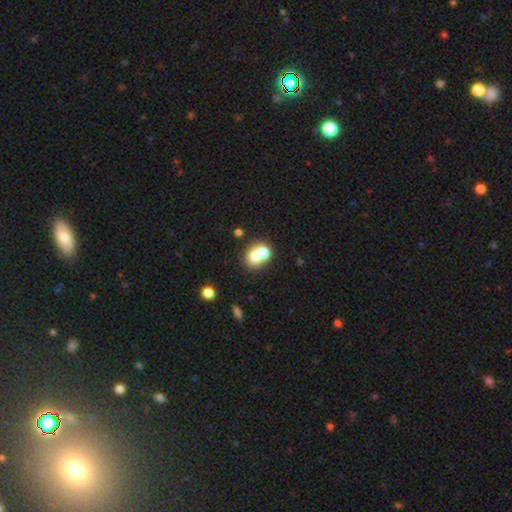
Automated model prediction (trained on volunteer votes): This appears to be a smooth galaxy with no disk features (68%) that is round (66%). Merging: merger (60%).